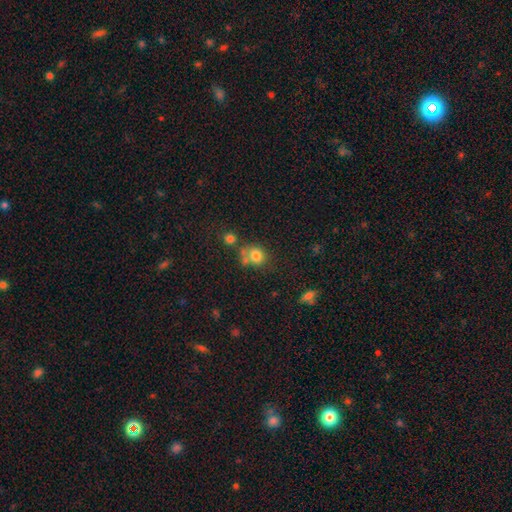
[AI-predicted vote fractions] A smooth galaxy with no disk features (78%) that is round (70%).

Vote fractions:
- Smooth or featured? smooth: 78% / star or artifact: 12% / featured or disk: 10%
- How rounded? round: 70% / in between: 29% / cigar-shaped: 1%
- Merging? none: 50% / merger: 26% / minor disturbance: 17% / major disturbance: 8%